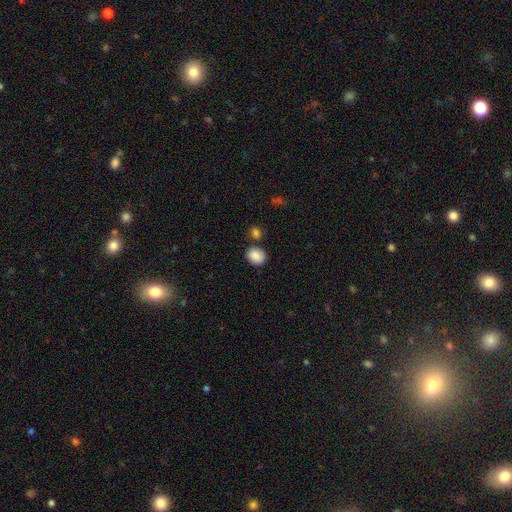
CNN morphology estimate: Smooth or featured?
  - smooth: 87% *
  - star or artifact: 8%
  - featured or disk: 5%
How rounded?
  - round: 61% *
  - in between: 38%
  - cigar-shaped: 1%
Merging?
  - none: 78% *
  - minor disturbance: 10%
  - merger: 10%
  - major disturbance: 3%